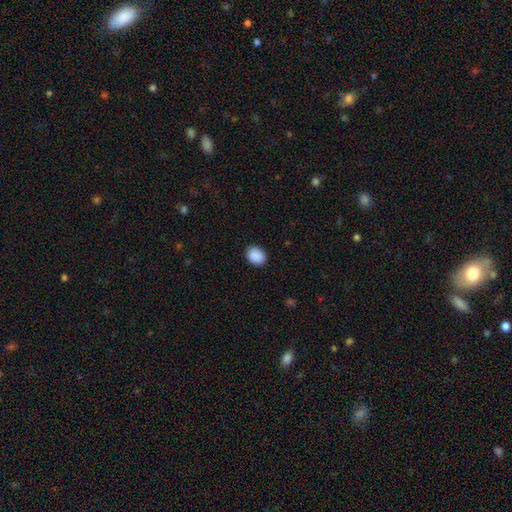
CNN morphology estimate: Smooth or featured? Predicted: smooth (p=0.90). How rounded? Predicted: round (p=0.50). Merging? Predicted: none (p=0.90).